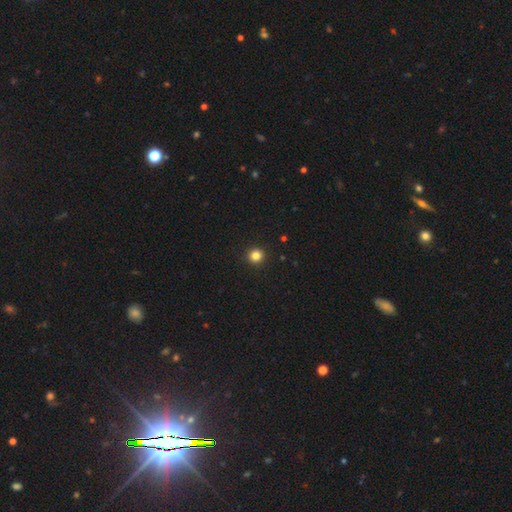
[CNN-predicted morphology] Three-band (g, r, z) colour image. It shows a smooth galaxy with no disk features (83%) that is round (95%). Merging: none (94%).